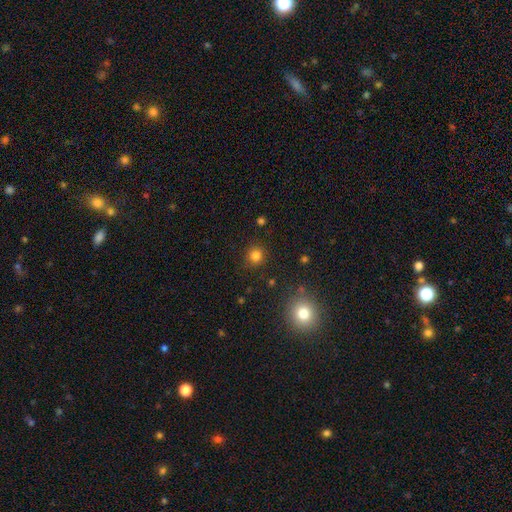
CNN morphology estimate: This appears to be a smooth galaxy with no disk features (81%) that is round (89%). Merging: none (87%).